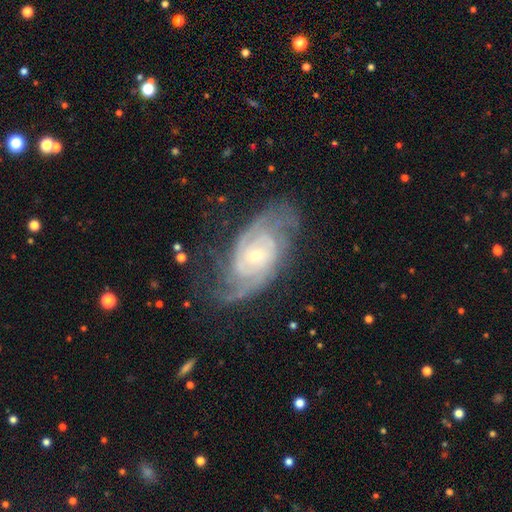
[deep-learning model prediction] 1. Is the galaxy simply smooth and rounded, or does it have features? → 89% featured or disk, 6% star or artifact, 5% smooth.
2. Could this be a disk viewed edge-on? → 96% no, 4% yes.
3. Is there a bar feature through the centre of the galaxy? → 60% no, 32% weak, 8% strong.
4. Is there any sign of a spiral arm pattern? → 97% yes, 3% no.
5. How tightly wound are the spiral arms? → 58% tight, 35% medium, 8% loose.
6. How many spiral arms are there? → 49% 2, 19% can't tell, 17% 3, 7% 4, 5% 1, 5% more than 4.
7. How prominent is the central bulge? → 66% small, 30% moderate, 2% large, 1% none, 1% dominant.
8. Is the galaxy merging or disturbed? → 69% none, 19% minor disturbance, 10% major disturbance, 2% merger.